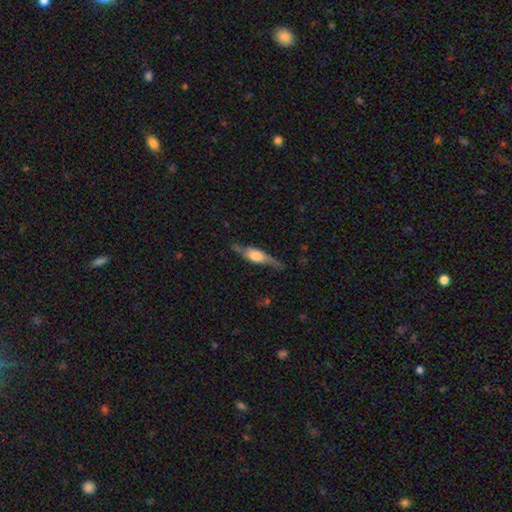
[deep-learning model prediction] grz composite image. It shows a featured or disk galaxy (63%) viewed edge-on (85%) with a rounded central bulge (75%). Merging: none (71%).